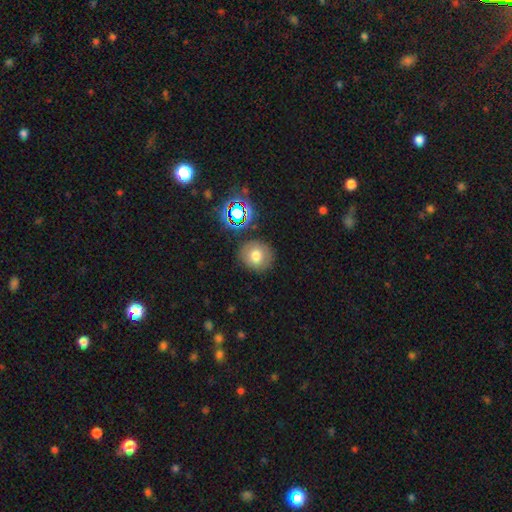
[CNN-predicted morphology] A smooth galaxy with no disk features (72%) that is round (85%).

Vote fractions:
- Smooth or featured? smooth: 72% / star or artifact: 16% / featured or disk: 12%
- How rounded? round: 85% / in between: 14% / cigar-shaped: 1%
- Merging? none: 85% / minor disturbance: 9% / major disturbance: 3% / merger: 3%